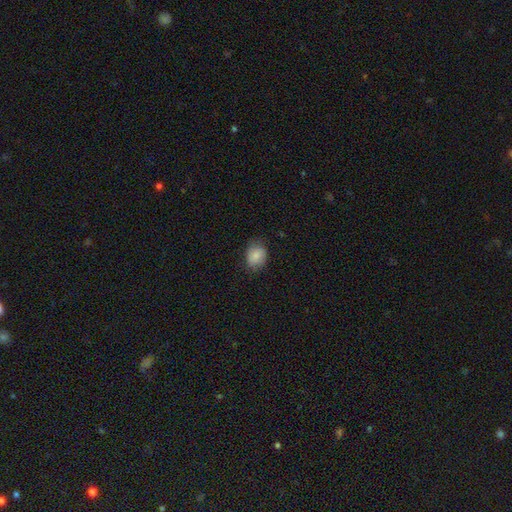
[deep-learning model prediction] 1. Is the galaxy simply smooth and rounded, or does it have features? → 82% smooth, 11% featured or disk, 7% star or artifact.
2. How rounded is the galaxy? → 59% in between, 40% round, 1% cigar-shaped.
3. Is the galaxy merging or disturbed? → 75% none, 20% minor disturbance, 5% major disturbance, 1% merger.